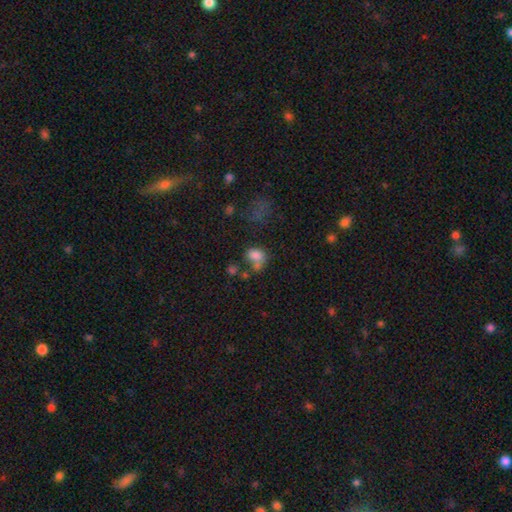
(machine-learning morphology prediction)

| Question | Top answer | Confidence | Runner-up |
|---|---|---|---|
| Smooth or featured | smooth | 76% | star or artifact (13%) |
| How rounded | in between | 66% | round (33%) |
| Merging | none | 35% | tied: merger (35%) |